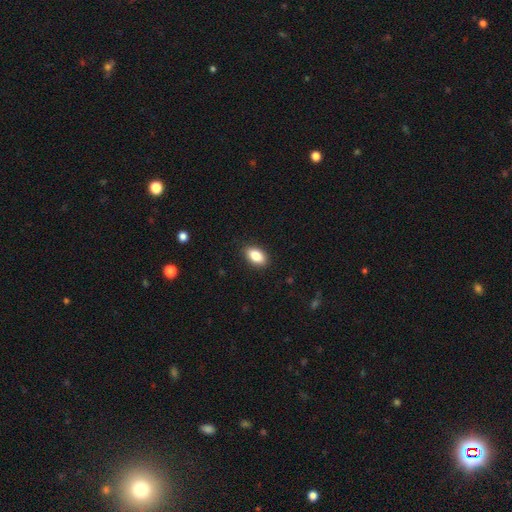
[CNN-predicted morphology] Smooth or featured? smooth (86%)
How rounded? in between (91%)
Merging? none (88%)